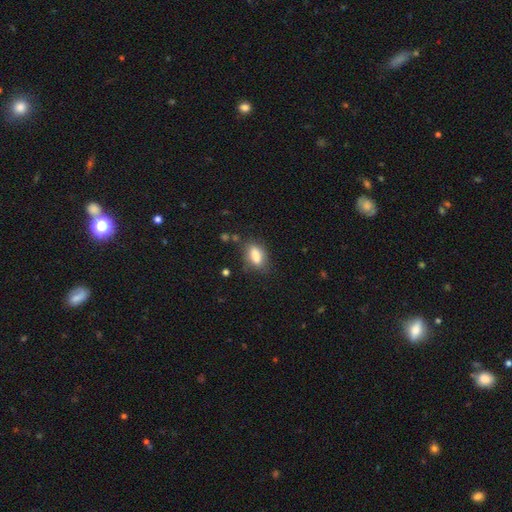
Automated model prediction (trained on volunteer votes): smooth-or-featured: smooth: 81% | featured or disk: 11% | star or artifact: 8%
  how-rounded: in between: 78% | cigar-shaped: 16% | round: 6%
  merging: none: 71% | minor disturbance: 19% | major disturbance: 6% | merger: 4%